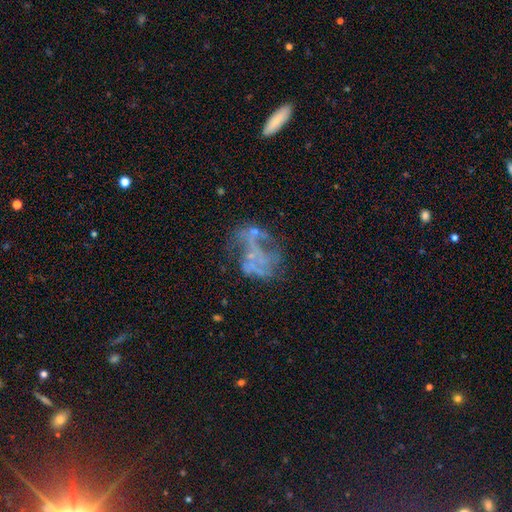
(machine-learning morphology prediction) A featured or disk galaxy (65%) with no bar (86%), no spiral arms (81%) and no central bulge (78%).

Vote fractions:
- Smooth or featured? featured or disk: 65% / star or artifact: 18% / smooth: 17%
- Edge-on disk? no: 98% / yes: 2%
- Bar? no: 86% / weak: 10% / strong: 4%
- Spiral arms? no: 81% / yes: 19%
- Bulge size? none: 78% / small: 14% / moderate: 6% / large: 2% / dominant: 1%
- Merging? none: 40% / major disturbance: 32% / minor disturbance: 16% / merger: 12%